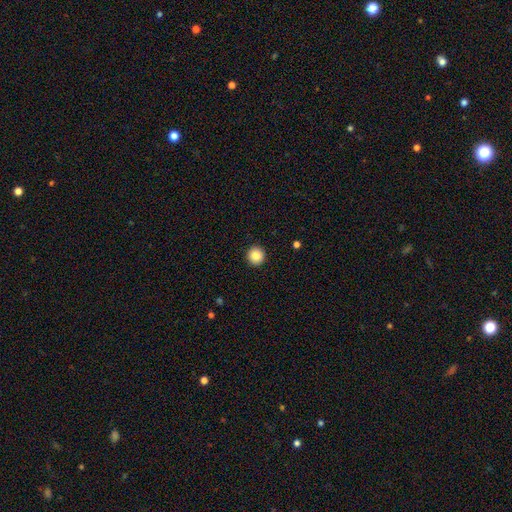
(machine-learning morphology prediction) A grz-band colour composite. It shows a smooth galaxy with no disk features (86%) that is round (95%). Merging: none (93%).